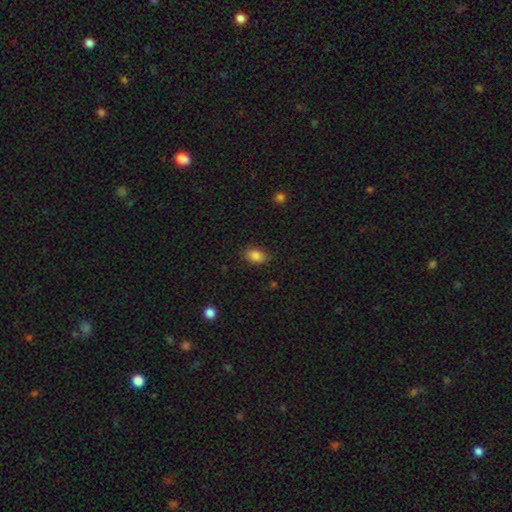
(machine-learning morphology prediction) Smooth or featured?
  - smooth: 86% *
  - star or artifact: 9%
  - featured or disk: 5%
How rounded?
  - in between: 88% *
  - round: 10%
  - cigar-shaped: 2%
Merging?
  - none: 85% *
  - minor disturbance: 11%
  - major disturbance: 3%
  - merger: 1%